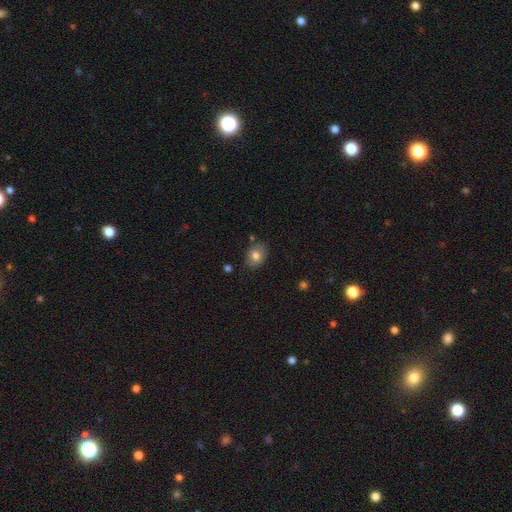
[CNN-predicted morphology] A smooth galaxy with no disk features (78%) that is in between round and cigar-shaped (62%). Merging: none (80%).